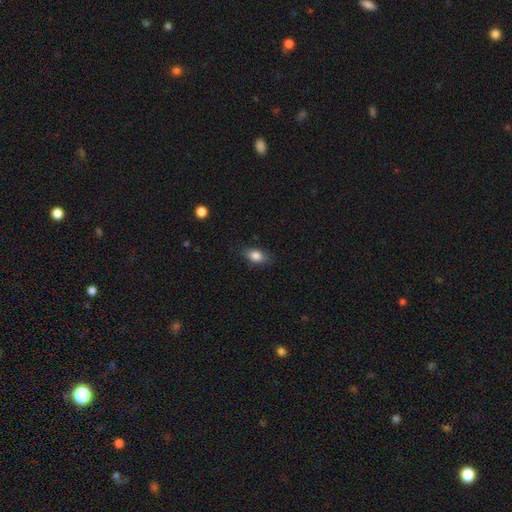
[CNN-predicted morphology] Smooth or featured: smooth — 84% (star or artifact — 8%)
How rounded: in between — 83% (round — 13%)
Merging: none — 80% (minor disturbance — 15%)